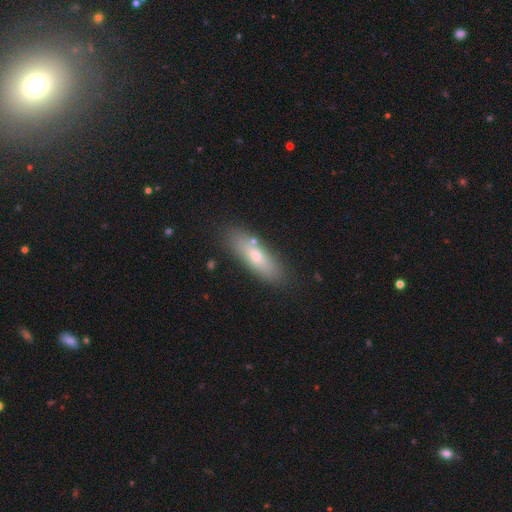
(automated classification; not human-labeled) Q: Smooth or featured?
A: smooth (65%); runner-up: featured or disk (27%)
Q: How rounded?
A: cigar-shaped (50%); runner-up: in between (48%)
Q: Merging?
A: none (81%); runner-up: minor disturbance (11%)